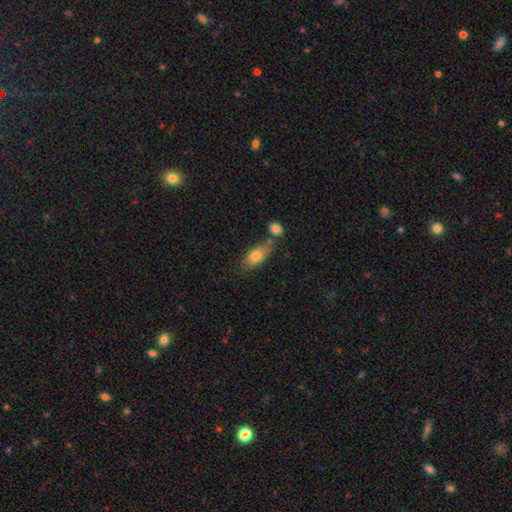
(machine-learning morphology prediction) Overall: smooth (77%). How rounded: in between (85%). Merging: none (58%; merger 20%).